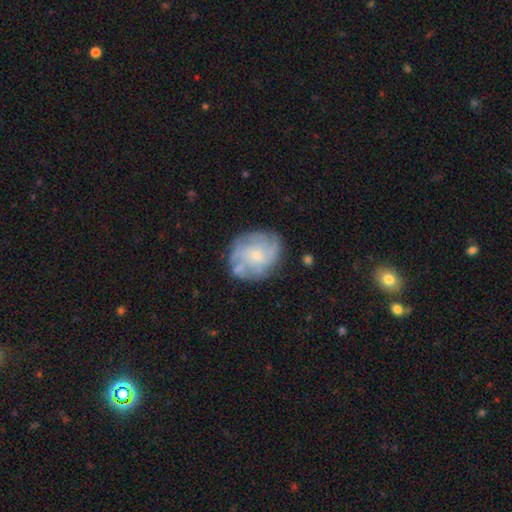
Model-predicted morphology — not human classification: Overall: featured or disk (66%). Edge-on disk: no (97%). Bar: no (77%). Spiral arms: yes (80%). Spiral arm count: can't tell (45%; 4 17%). Spiral winding: tight (50%; medium 33%). Bulge size: small (72%). Merging: none (71%).